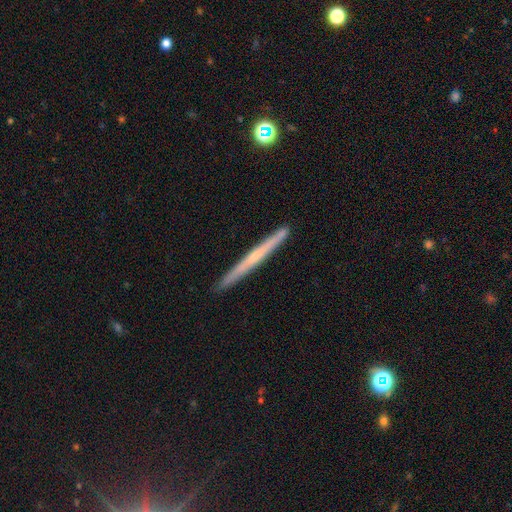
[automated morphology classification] Q: Smooth or featured?
A: featured or disk (59%); runner-up: smooth (35%)
Q: Edge-on disk?
A: yes (97%); runner-up: no (3%)
Q: Edge-on bulge?
A: none (60%); runner-up: rounded (35%)
Q: Merging?
A: none (91%); runner-up: minor disturbance (7%)